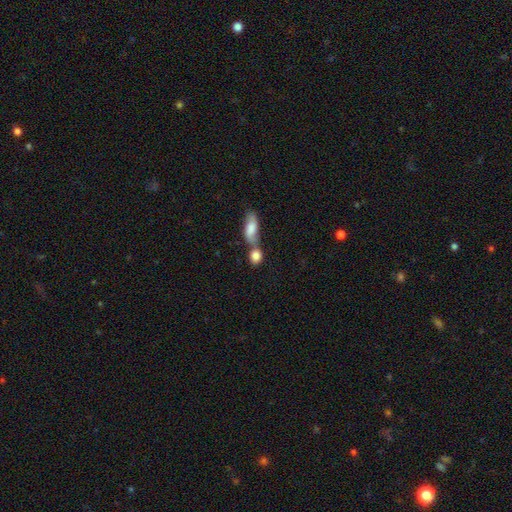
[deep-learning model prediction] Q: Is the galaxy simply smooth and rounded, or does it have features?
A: smooth — 82%.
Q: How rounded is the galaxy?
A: in between — 49%.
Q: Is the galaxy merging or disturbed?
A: merger — 54%.